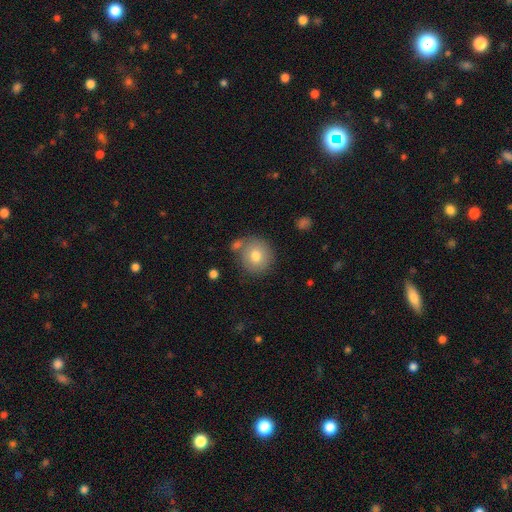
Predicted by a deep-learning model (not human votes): smooth_or_featured: smooth (p=0.77) [alt: featured or disk p=0.15]
how_rounded: round (p=0.90) [alt: in between p=0.09]
merging: none (p=0.71) [alt: merger p=0.13]